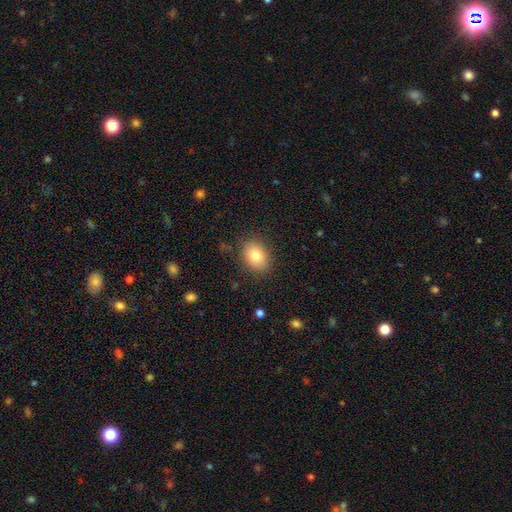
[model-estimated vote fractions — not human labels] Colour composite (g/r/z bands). It shows a smooth galaxy with no disk features (81%) that is in between round and cigar-shaped (64%). Merging: none (85%).